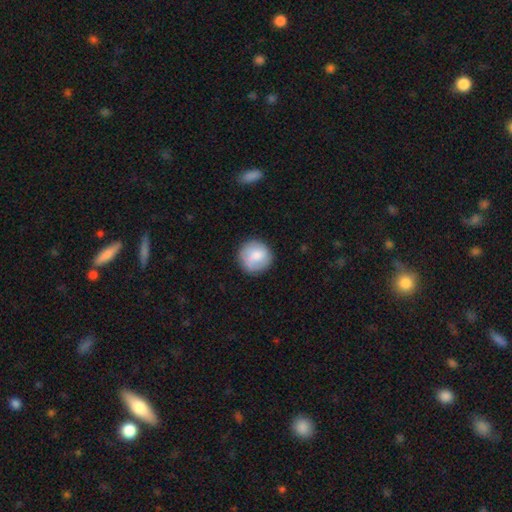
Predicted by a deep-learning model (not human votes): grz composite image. It shows a smooth galaxy with no disk features (75%) that is round (93%). Merging: none (82%).